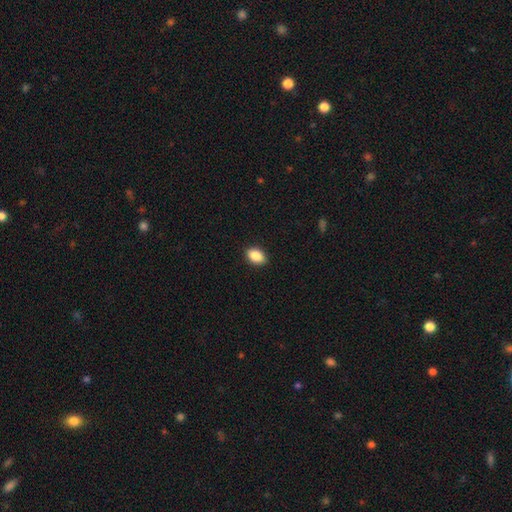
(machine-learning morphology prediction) smooth 88%, star or artifact 8%, featured or disk 5%. Down the decision tree: how rounded — in between (86%); merging — none (90%).